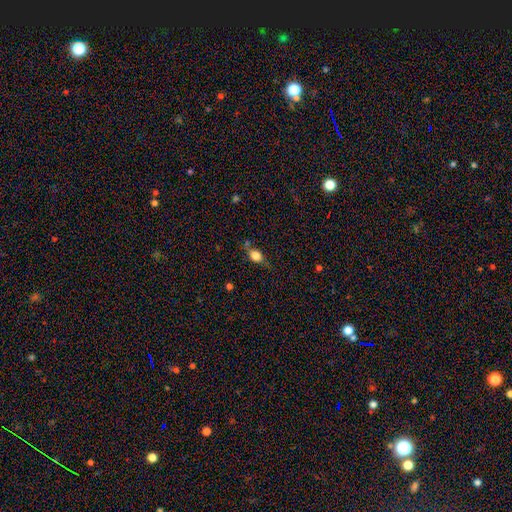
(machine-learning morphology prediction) Q: Smooth or featured?
A: smooth (77%); runner-up: featured or disk (12%)
Q: How rounded?
A: in between (55%); runner-up: round (40%)
Q: Merging?
A: none (59%); runner-up: minor disturbance (25%)